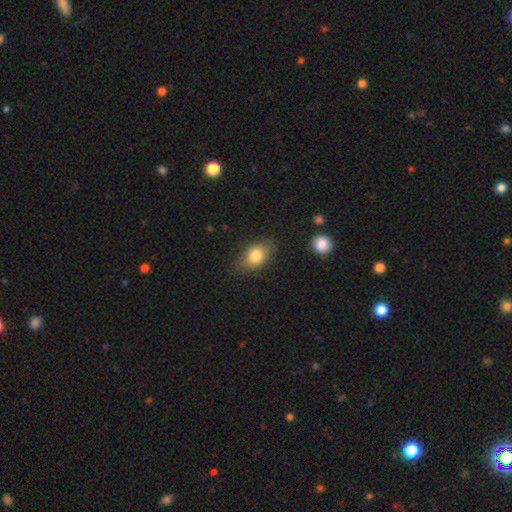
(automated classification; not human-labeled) Smooth or featured? Predicted: smooth (p=0.81). How rounded? Predicted: in between (p=0.79). Merging? Predicted: none (p=0.76).